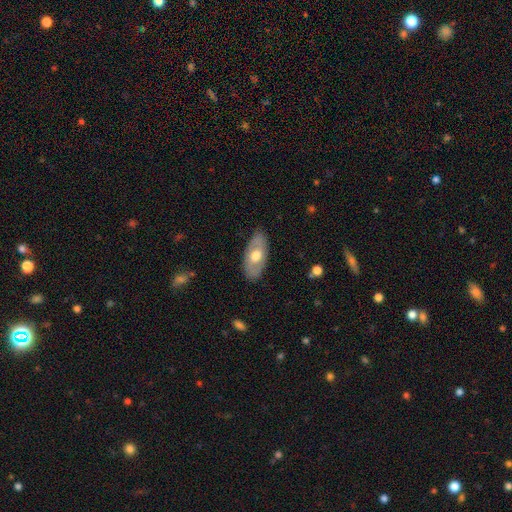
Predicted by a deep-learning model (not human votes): smooth_or_featured: smooth (p=0.50) [alt: featured or disk p=0.45]
merging: none (p=0.83) [alt: minor disturbance p=0.13]